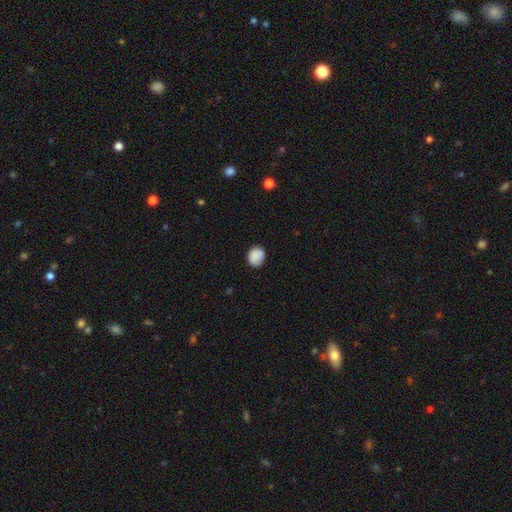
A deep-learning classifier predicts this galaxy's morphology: Smooth or featured? smooth (86%)
How rounded? round (62%)
Merging? none (76%)